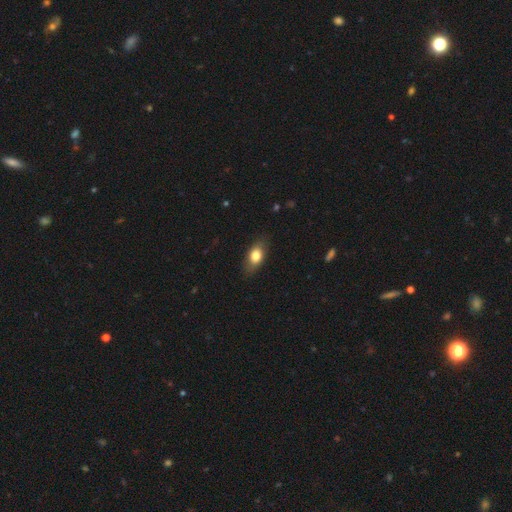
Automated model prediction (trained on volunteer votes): smooth-or-featured: smooth: 78% | featured or disk: 14% | star or artifact: 7%
  how-rounded: in between: 84% | round: 10% | cigar-shaped: 6%
  merging: none: 82% | minor disturbance: 14% | major disturbance: 3% | merger: 1%